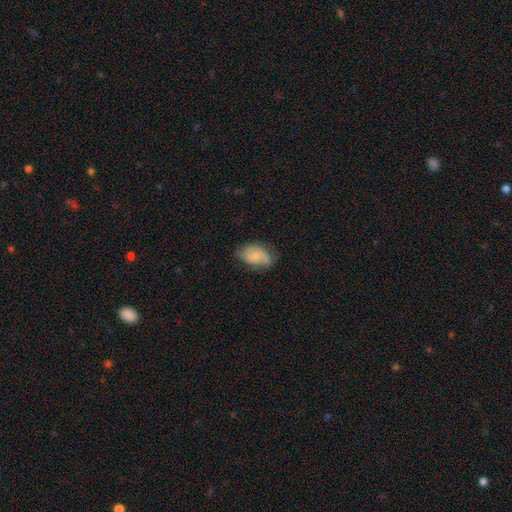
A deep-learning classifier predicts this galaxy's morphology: Smooth or featured? Predicted: featured or disk (p=0.48). Merging? Predicted: none (p=0.55).